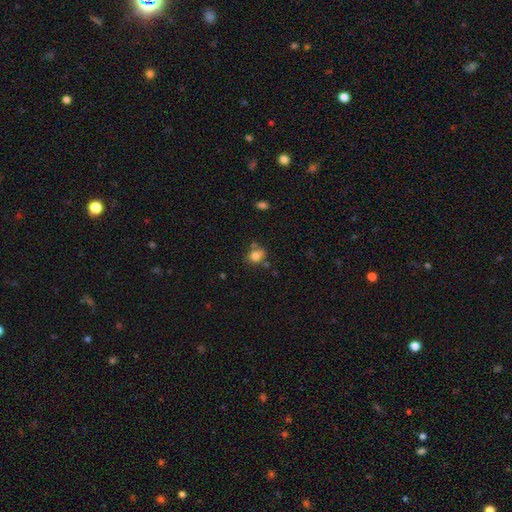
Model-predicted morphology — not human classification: smooth 79%, star or artifact 11%, featured or disk 9%. Down the decision tree: how rounded — round (61%); merging — none (62%).